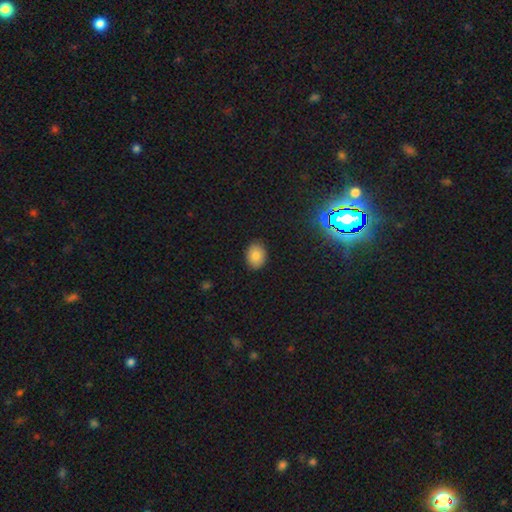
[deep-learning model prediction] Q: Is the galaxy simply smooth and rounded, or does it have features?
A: smooth — 83%.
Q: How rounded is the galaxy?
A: in between — 64%.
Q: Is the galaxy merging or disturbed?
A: none — 88%.